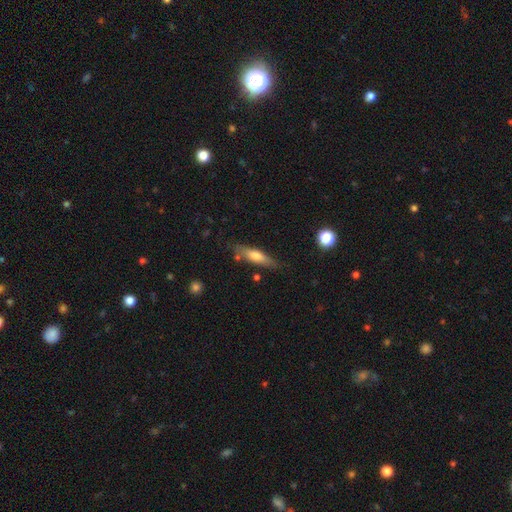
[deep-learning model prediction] Q: Smooth or featured?
A: smooth (61%); runner-up: featured or disk (32%)
Q: How rounded?
A: cigar-shaped (69%); runner-up: in between (29%)
Q: Merging?
A: none (77%); runner-up: minor disturbance (16%)